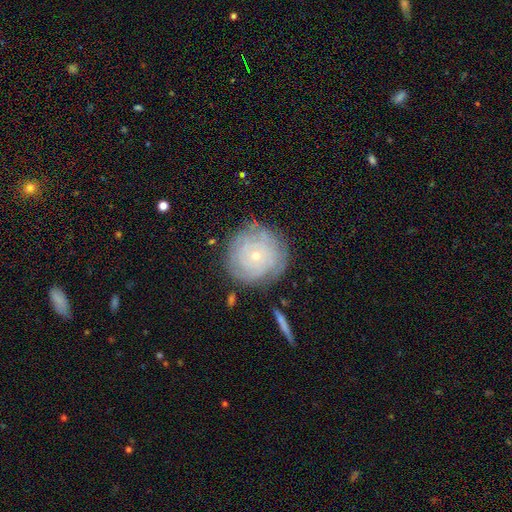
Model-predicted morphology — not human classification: This appears to be a featured or disk galaxy (67%) with no bar (88%), tight (85%) spiral arms (81%) and a small central bulge (79%). Merging: none (79%).